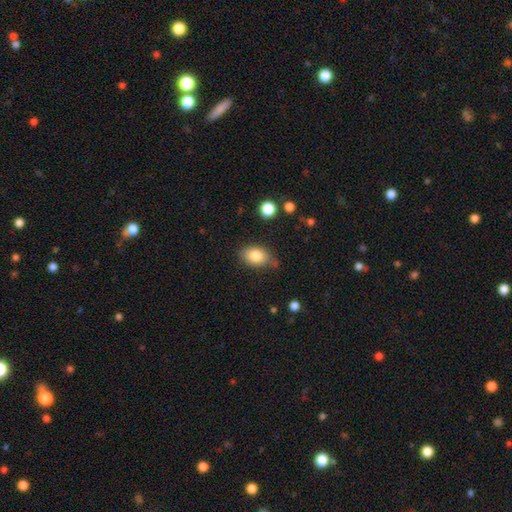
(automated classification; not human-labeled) smooth-or-featured: smooth: 82% | featured or disk: 9% | star or artifact: 8%
  how-rounded: in between: 83% | round: 15% | cigar-shaped: 1%
  merging: none: 67% | minor disturbance: 23% | major disturbance: 5% | merger: 5%